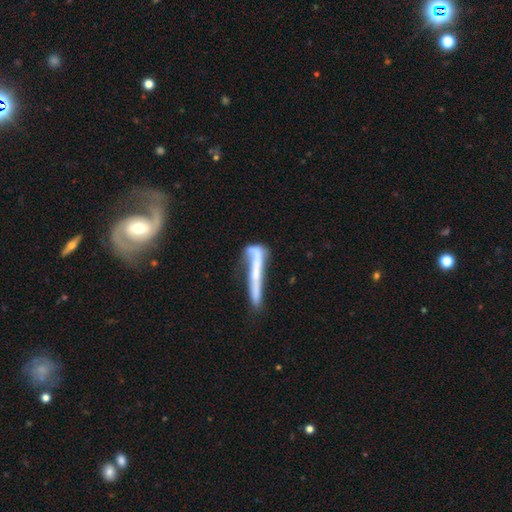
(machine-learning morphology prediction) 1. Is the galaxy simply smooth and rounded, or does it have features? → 46% featured or disk (tied), 46% smooth (tied), 8% star or artifact.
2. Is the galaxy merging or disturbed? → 35% none, 27% merger, 20% major disturbance, 18% minor disturbance.